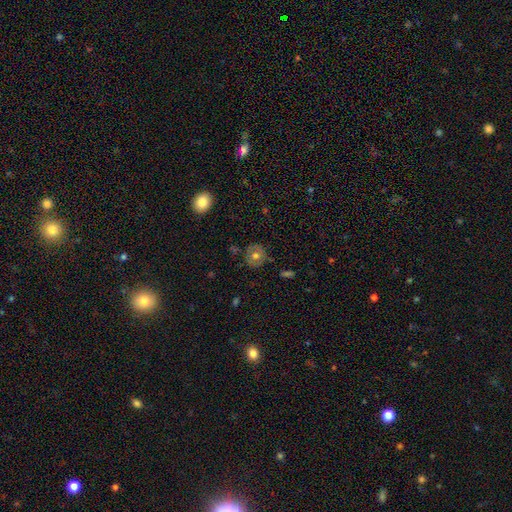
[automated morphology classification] This appears to be a smooth galaxy with no disk features (56%) that is round (86%). Merging: none (80%).